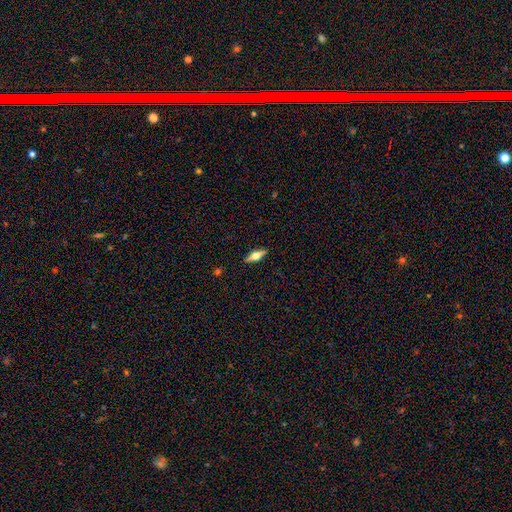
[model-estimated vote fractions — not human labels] The model was most divided on "smooth or featured": featured or disk: 52%, smooth: 41%, star or artifact: 7%. More confident: edge-on disk — yes (93%); merging — none (90%).